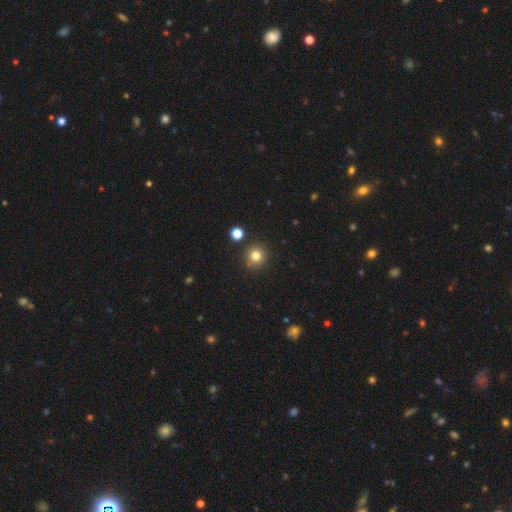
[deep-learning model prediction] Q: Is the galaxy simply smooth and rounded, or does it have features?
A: smooth — 79%.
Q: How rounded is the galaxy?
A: round — 93%.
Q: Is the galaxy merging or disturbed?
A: none — 85%.